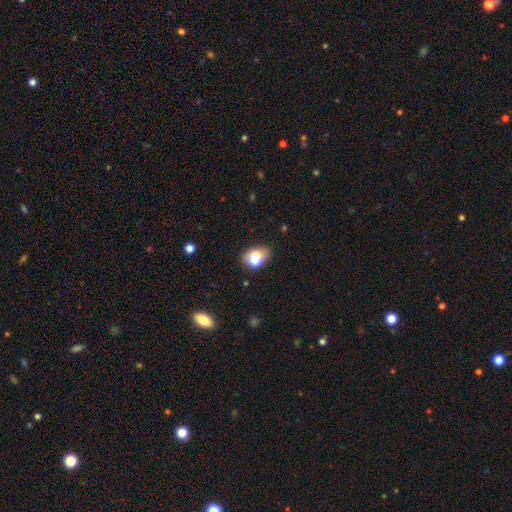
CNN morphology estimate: Smooth or featured? Predicted: smooth (p=0.71). How rounded? Predicted: in between (p=0.69). Merging? Predicted: none (p=0.52).